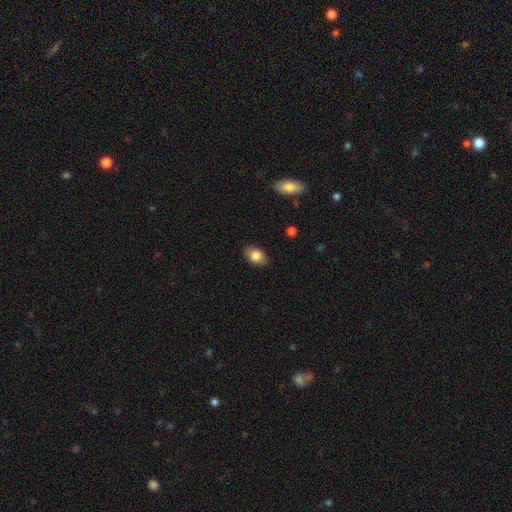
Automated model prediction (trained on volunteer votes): Overall: smooth (83%). How rounded: in between (82%). Merging: none (87%).